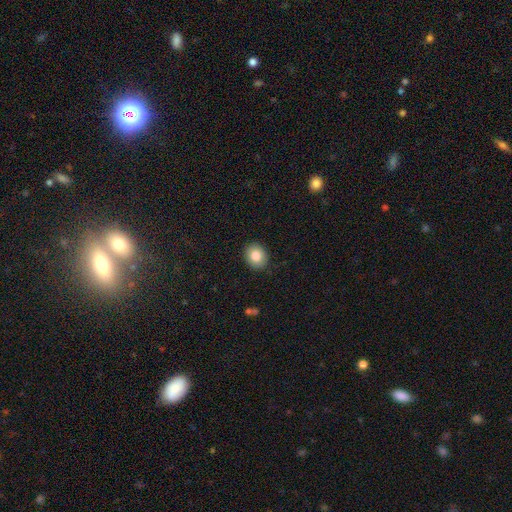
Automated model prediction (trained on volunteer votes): Smooth or featured: smooth — 84% (star or artifact — 8%)
How rounded: round — 61% (in between — 38%)
Merging: none — 90% (minor disturbance — 7%)